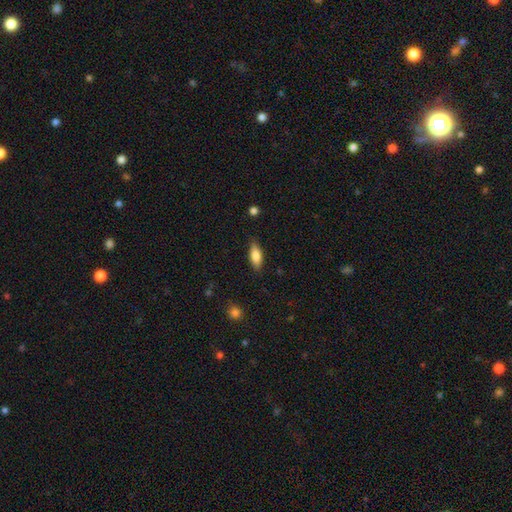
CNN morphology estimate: Smooth or featured? smooth (78%)
How rounded? in between (73%)
Merging? none (84%)